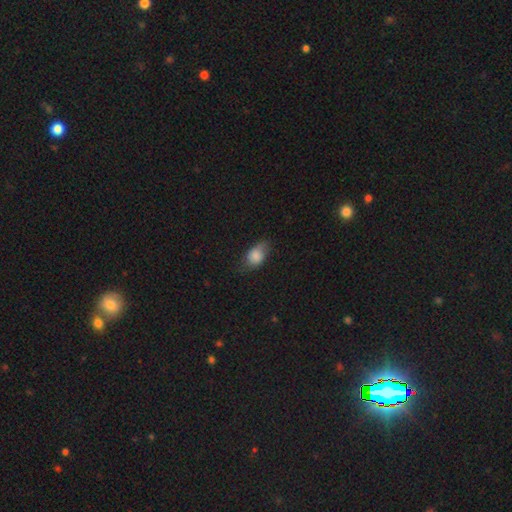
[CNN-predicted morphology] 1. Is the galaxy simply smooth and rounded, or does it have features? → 81% smooth, 11% featured or disk, 8% star or artifact.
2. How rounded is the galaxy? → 81% in between, 16% round, 3% cigar-shaped.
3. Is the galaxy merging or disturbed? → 50% none, 36% minor disturbance, 12% major disturbance, 2% merger.